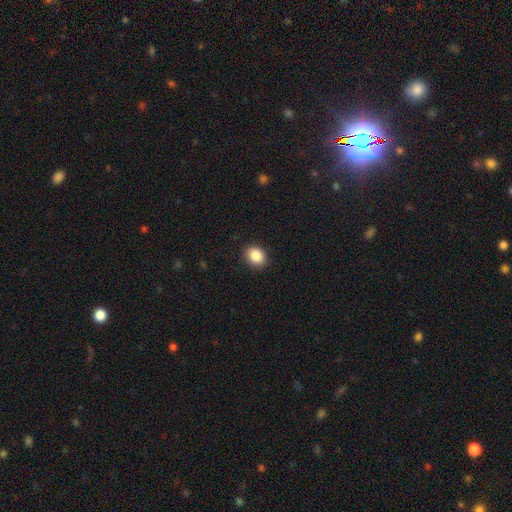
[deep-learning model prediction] Smooth or featured?
  - smooth: 87% *
  - star or artifact: 9%
  - featured or disk: 4%
How rounded?
  - round: 52% *
  - in between: 47%
  - cigar-shaped: 1%
Merging?
  - none: 90% *
  - minor disturbance: 7%
  - major disturbance: 2%
  - merger: 1%